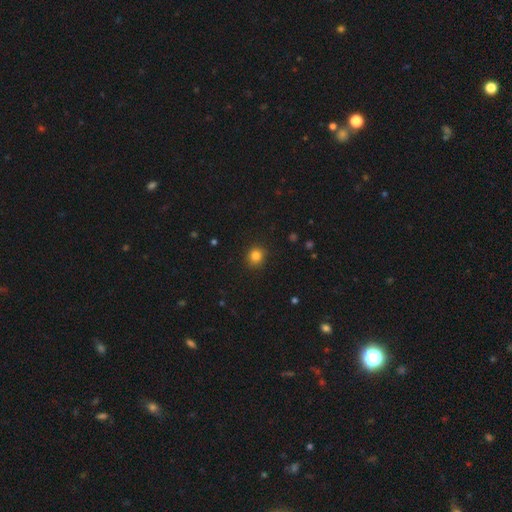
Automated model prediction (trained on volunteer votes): This is clearly a smooth galaxy (83%). How rounded: clearly round (87%). Merging: clearly none (90%).